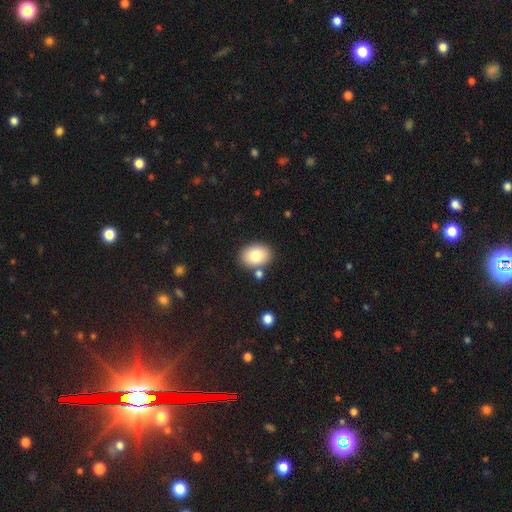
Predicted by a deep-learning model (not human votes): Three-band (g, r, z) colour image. It shows a smooth galaxy with no disk features (82%) that is in between round and cigar-shaped (72%). Merging: none (79%).